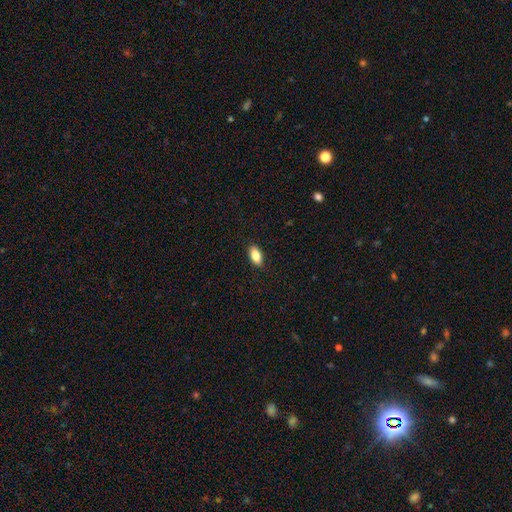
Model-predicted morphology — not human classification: type=smooth (83%); roundness=in between (88%); merging=none (88%).